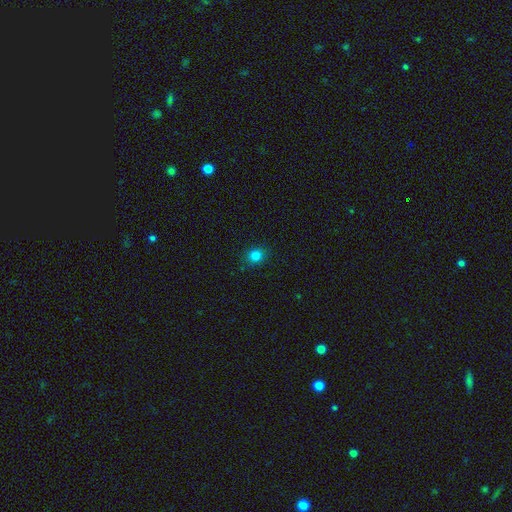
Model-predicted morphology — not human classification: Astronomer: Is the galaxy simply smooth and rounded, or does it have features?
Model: smooth — 81%.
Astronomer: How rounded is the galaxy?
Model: round — 76%.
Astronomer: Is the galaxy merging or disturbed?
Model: none — 89%.